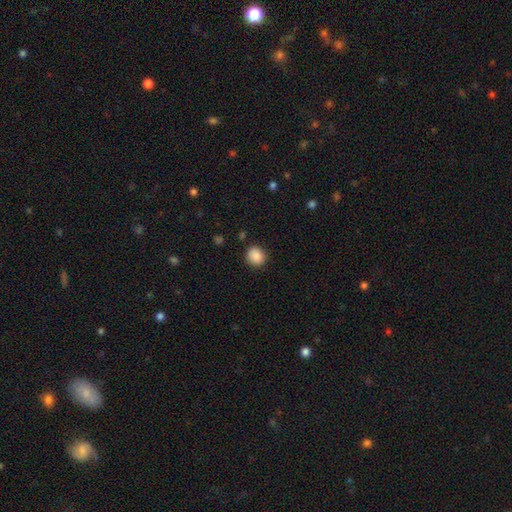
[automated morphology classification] Smooth or featured?
  - smooth: 88% *
  - star or artifact: 9%
  - featured or disk: 4%
How rounded?
  - round: 83% *
  - in between: 16%
  - cigar-shaped: 1%
Merging?
  - none: 87% *
  - minor disturbance: 9%
  - major disturbance: 3%
  - merger: 1%